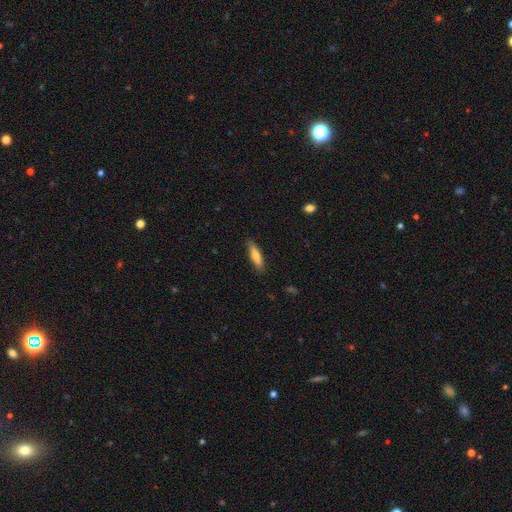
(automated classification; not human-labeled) Smooth or featured?
  - smooth: 66% *
  - featured or disk: 28%
  - star or artifact: 6%
How rounded?
  - cigar-shaped: 74% *
  - in between: 24%
  - round: 2%
Merging?
  - none: 87% *
  - minor disturbance: 10%
  - major disturbance: 2%
  - merger: 1%